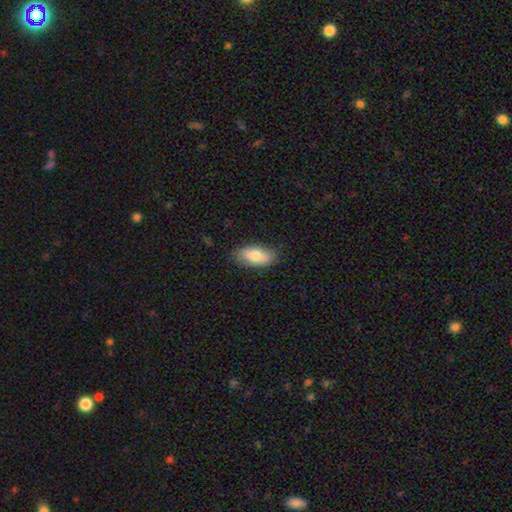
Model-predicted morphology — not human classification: Q: Smooth or featured?
A: smooth (76%); runner-up: featured or disk (18%)
Q: How rounded?
A: in between (89%); runner-up: cigar-shaped (7%)
Q: Merging?
A: none (84%); runner-up: minor disturbance (12%)